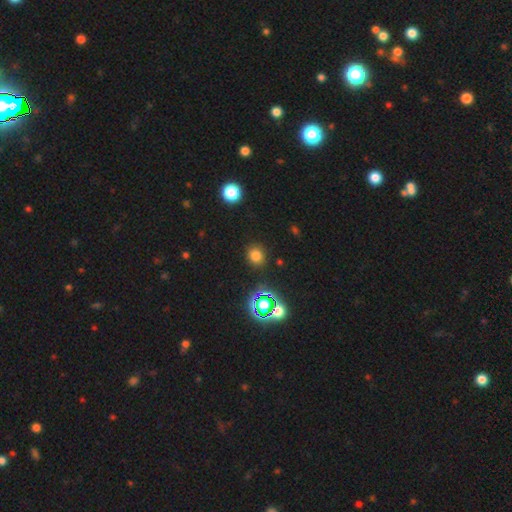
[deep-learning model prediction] Smooth or featured?
  - smooth: 73% *
  - star or artifact: 22%
  - featured or disk: 6%
How rounded?
  - round: 84% *
  - in between: 15%
  - cigar-shaped: 1%
Merging?
  - none: 88% *
  - minor disturbance: 7%
  - major disturbance: 3%
  - merger: 2%